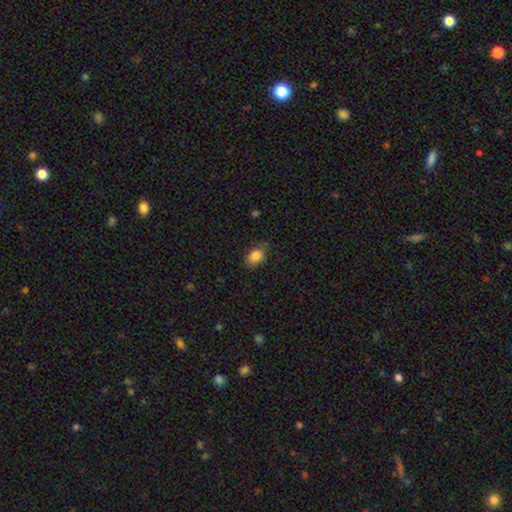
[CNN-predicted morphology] Q: Smooth or featured?
A: smooth (86%); runner-up: star or artifact (9%)
Q: How rounded?
A: in between (84%); runner-up: round (15%)
Q: Merging?
A: none (74%); runner-up: minor disturbance (21%)